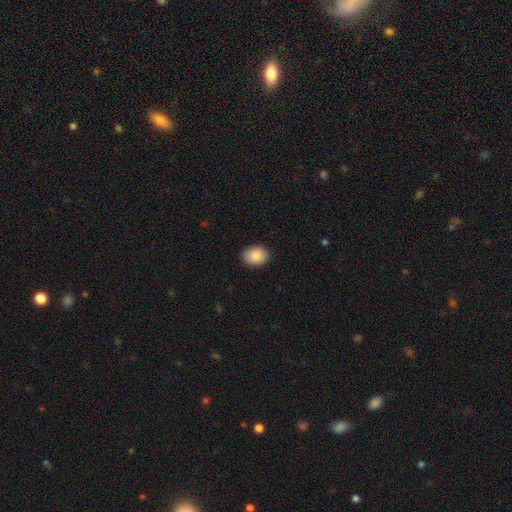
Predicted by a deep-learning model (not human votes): Smooth or featured?
  - smooth: 89% *
  - star or artifact: 7%
  - featured or disk: 4%
How rounded?
  - in between: 59% *
  - round: 40%
  - cigar-shaped: 1%
Merging?
  - none: 90% *
  - minor disturbance: 7%
  - major disturbance: 2%
  - merger: 1%